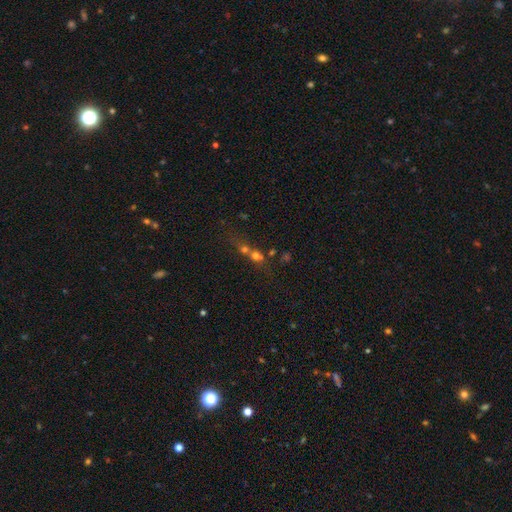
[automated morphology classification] Smooth or featured? Predicted: smooth (p=0.58). How rounded? Predicted: round (p=0.70). Merging? Predicted: merger (p=0.64).